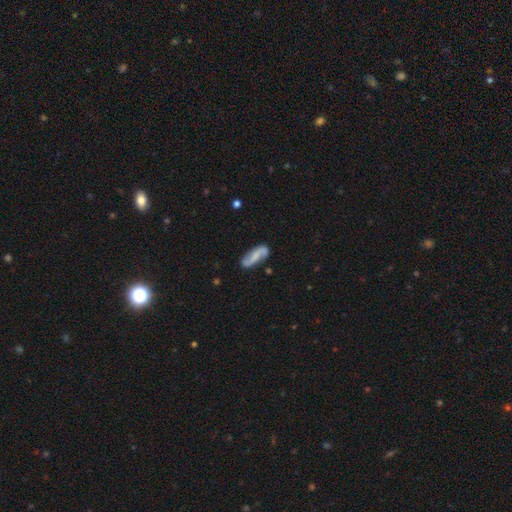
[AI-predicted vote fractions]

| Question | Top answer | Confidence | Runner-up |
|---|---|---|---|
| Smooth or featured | featured or disk | 63% | smooth (30%) |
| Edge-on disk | no | 93% | yes (7%) |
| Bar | no | 39% | weak (36%) |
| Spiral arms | yes | 92% | no (8%) |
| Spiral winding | loose | 62% | medium (27%) |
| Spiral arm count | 2 | 91% | can't tell (4%) |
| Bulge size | none | 51% | small (29%) |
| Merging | none | 78% | minor disturbance (15%) |